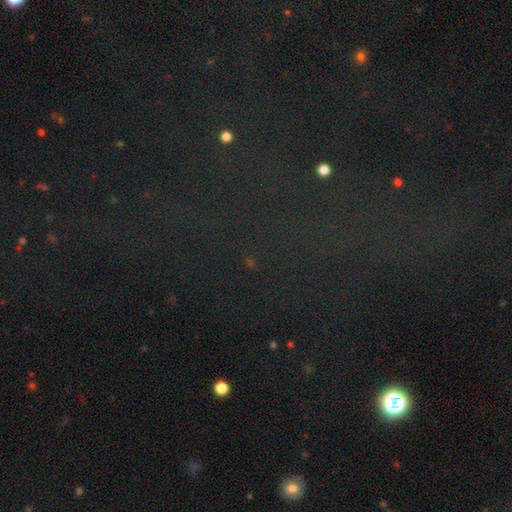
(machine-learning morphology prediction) Q: Smooth or featured?
A: star or artifact (77%); runner-up: smooth (15%)